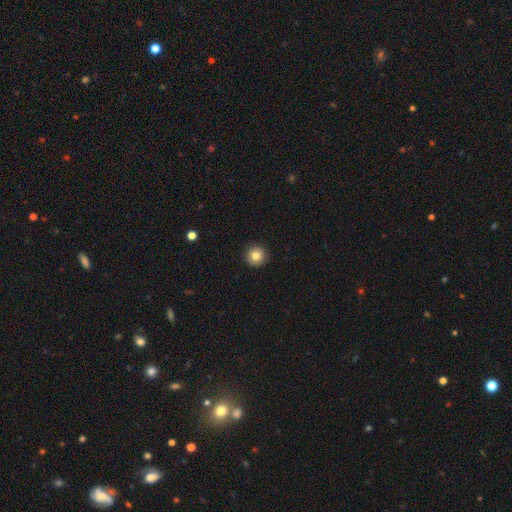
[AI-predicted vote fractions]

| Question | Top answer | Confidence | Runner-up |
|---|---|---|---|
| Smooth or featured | smooth | 82% | star or artifact (10%) |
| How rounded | round | 96% | in between (3%) |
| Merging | none | 93% | minor disturbance (5%) |